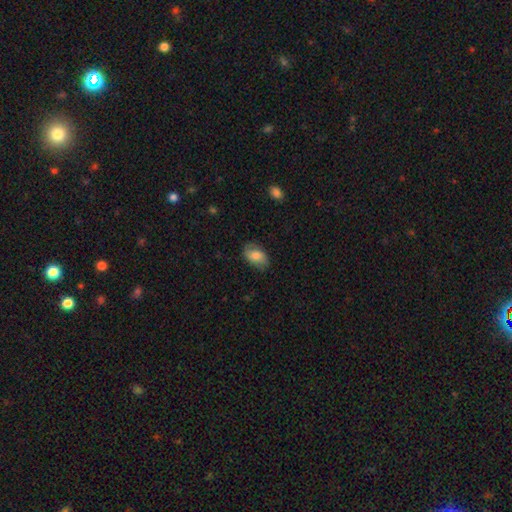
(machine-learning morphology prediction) The model was most divided on "merging": none: 78%, minor disturbance: 17%, major disturbance: 4%, merger: 1%. More confident: how rounded — in between (90%); smooth or featured — smooth (77%).